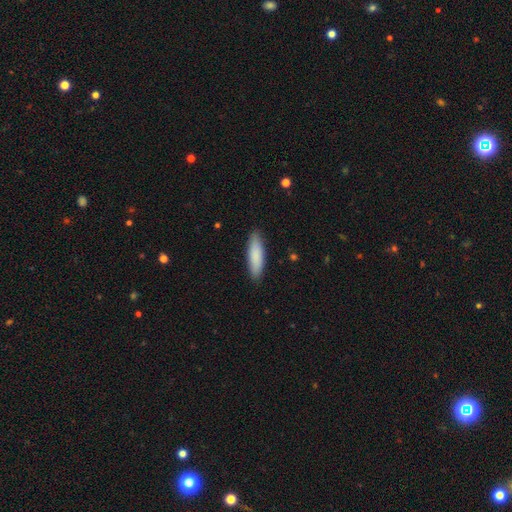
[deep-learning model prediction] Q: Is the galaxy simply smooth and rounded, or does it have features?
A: smooth — 86%.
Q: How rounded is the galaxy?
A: cigar-shaped — 63%.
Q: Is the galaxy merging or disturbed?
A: none — 89%.